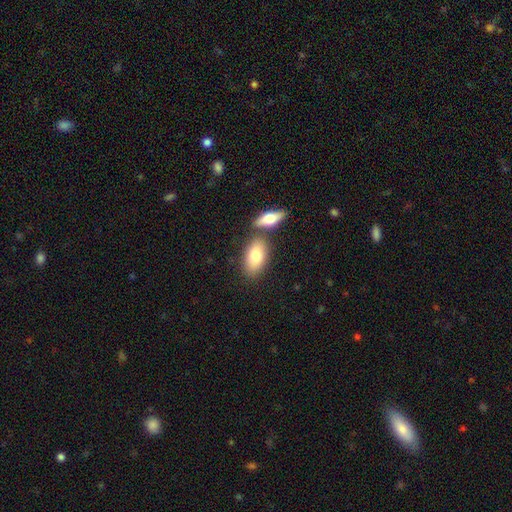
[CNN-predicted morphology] This is likely a smooth galaxy (79%). How rounded: clearly in between (91%). Merging: likely none (62%).